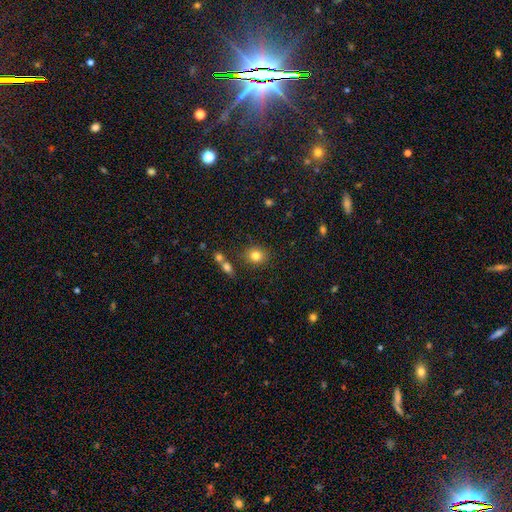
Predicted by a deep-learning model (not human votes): Q: Smooth or featured?
A: smooth (81%); runner-up: star or artifact (11%)
Q: How rounded?
A: round (74%); runner-up: in between (25%)
Q: Merging?
A: none (82%); runner-up: minor disturbance (9%)